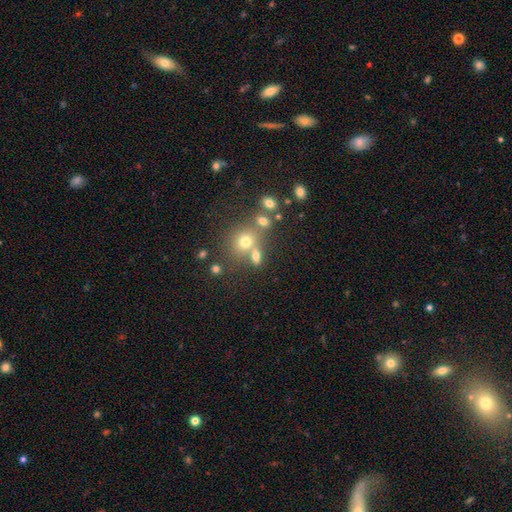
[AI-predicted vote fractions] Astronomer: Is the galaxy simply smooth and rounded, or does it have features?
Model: smooth — 68%.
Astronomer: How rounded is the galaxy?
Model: in between — 51% (runner-up: round, 45%).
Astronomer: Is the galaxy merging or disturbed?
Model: none — 49% (runner-up: merger, 33%).